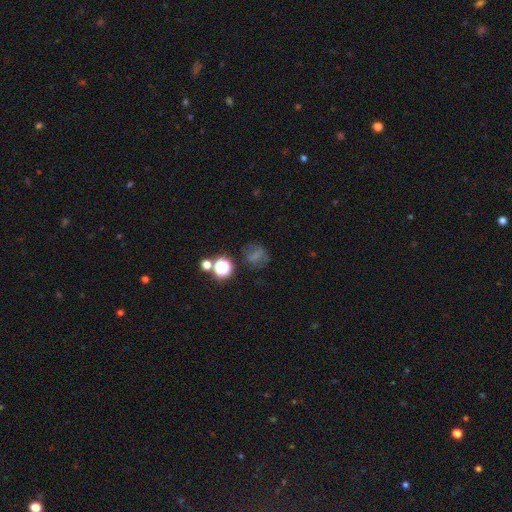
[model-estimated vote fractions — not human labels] This is possibly a smooth galaxy (55%). How rounded: likely round (66%). Merging: likely none (65%).